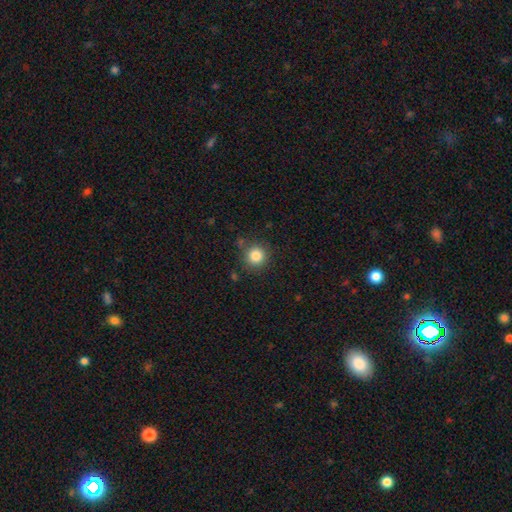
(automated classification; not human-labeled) This is clearly a smooth galaxy (84%). How rounded: clearly round (93%). Merging: clearly none (84%).